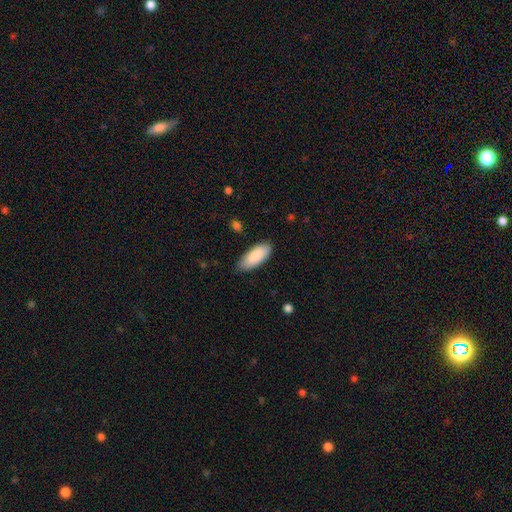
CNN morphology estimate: This is clearly a smooth galaxy (88%). How rounded: clearly in between (82%). Merging: clearly none (81%).